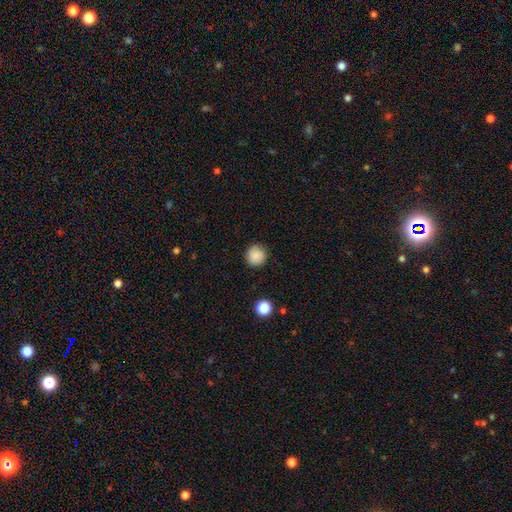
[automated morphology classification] Smooth or featured? Predicted: smooth (p=0.87). How rounded? Predicted: round (p=0.94). Merging? Predicted: none (p=0.89).